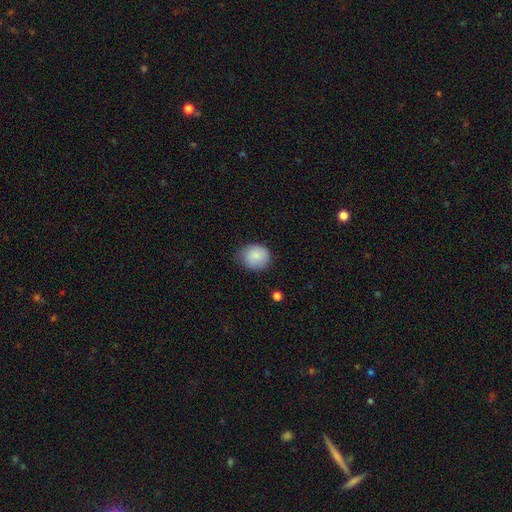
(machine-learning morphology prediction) smooth-or-featured: smooth: 87% | star or artifact: 7% | featured or disk: 6%
  how-rounded: round: 71% | in between: 28% | cigar-shaped: 1%
  merging: none: 72% | minor disturbance: 22% | major disturbance: 4% | merger: 1%